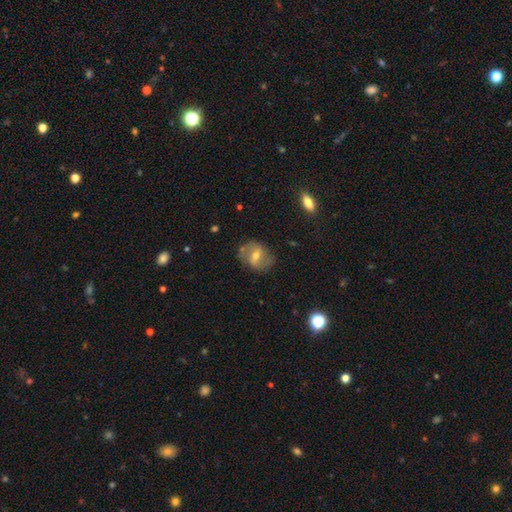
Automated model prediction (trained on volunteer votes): Smooth or featured? featured or disk (51%)
Edge-on disk? no (94%)
Merging? none (70%)